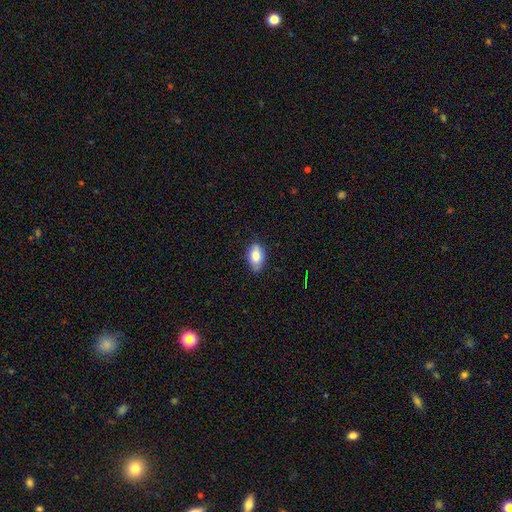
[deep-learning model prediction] Smooth or featured? Predicted: smooth (p=0.82). How rounded? Predicted: in between (p=0.91). Merging? Predicted: none (p=0.79).